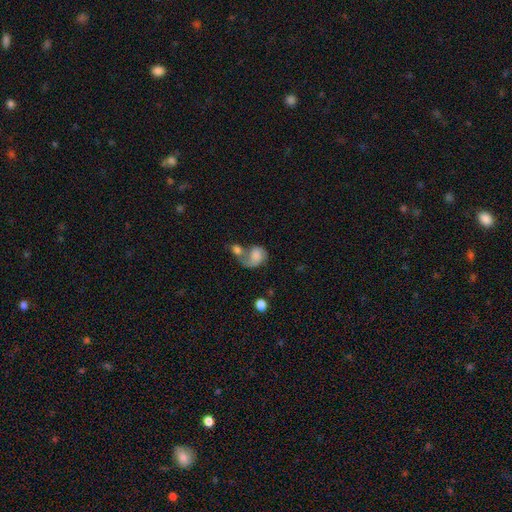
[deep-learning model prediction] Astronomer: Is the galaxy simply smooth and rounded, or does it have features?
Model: smooth — 58% (runner-up: featured or disk, 34%).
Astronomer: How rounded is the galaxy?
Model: round — 52% (runner-up: in between, 47%).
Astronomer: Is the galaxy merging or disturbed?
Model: merger — 58%.